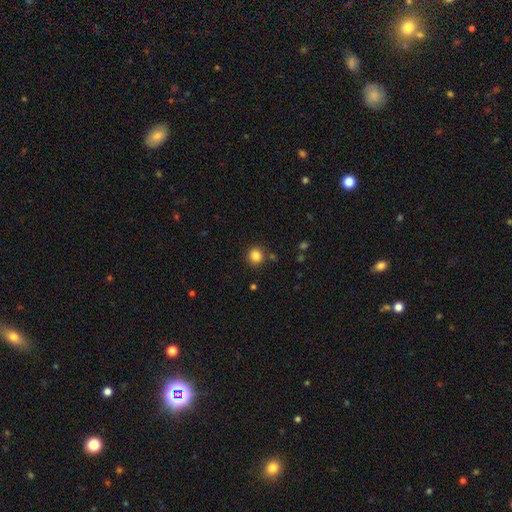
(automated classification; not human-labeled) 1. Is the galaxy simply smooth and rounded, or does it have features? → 84% smooth, 11% star or artifact, 5% featured or disk.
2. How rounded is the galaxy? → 87% round, 12% in between, 1% cigar-shaped.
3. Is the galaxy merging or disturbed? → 84% none, 9% minor disturbance, 4% merger, 3% major disturbance.